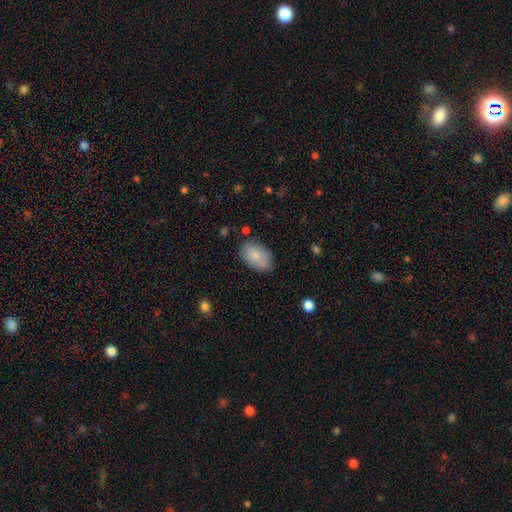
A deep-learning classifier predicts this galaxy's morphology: Q: Smooth or featured?
A: smooth (83%); runner-up: featured or disk (10%)
Q: How rounded?
A: in between (91%); runner-up: round (8%)
Q: Merging?
A: none (76%); runner-up: minor disturbance (17%)